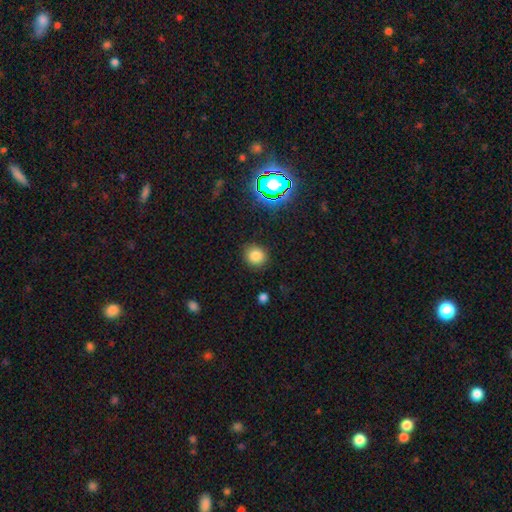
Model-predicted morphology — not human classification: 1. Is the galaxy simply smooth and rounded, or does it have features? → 80% smooth, 15% star or artifact, 5% featured or disk.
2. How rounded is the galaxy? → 82% round, 17% in between, 1% cigar-shaped.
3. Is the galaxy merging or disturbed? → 86% none, 9% minor disturbance, 3% major disturbance, 2% merger.